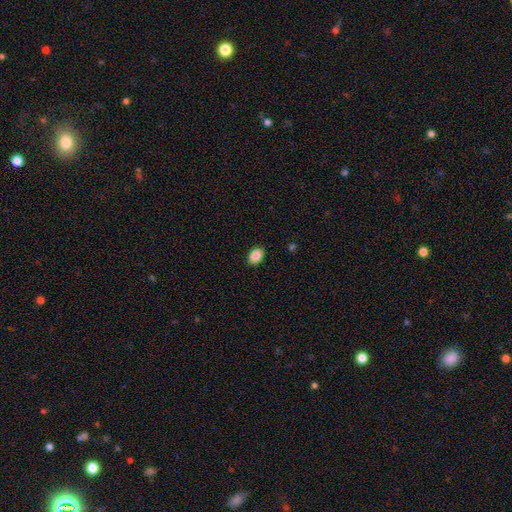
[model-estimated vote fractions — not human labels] A smooth galaxy with no disk features (89%) that is in between round and cigar-shaped (84%).

Vote fractions:
- Smooth or featured? smooth: 89% / star or artifact: 8% / featured or disk: 4%
- How rounded? in between: 84% / round: 15% / cigar-shaped: 1%
- Merging? none: 89% / minor disturbance: 8% / major disturbance: 2% / merger: 1%